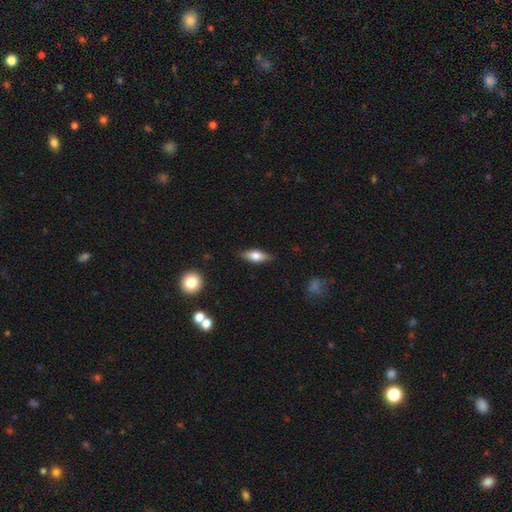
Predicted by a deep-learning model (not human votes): Smooth or featured: smooth — 57% (featured or disk — 36%)
How rounded: in between — 69% (cigar-shaped — 27%)
Merging: none — 84% (minor disturbance — 12%)